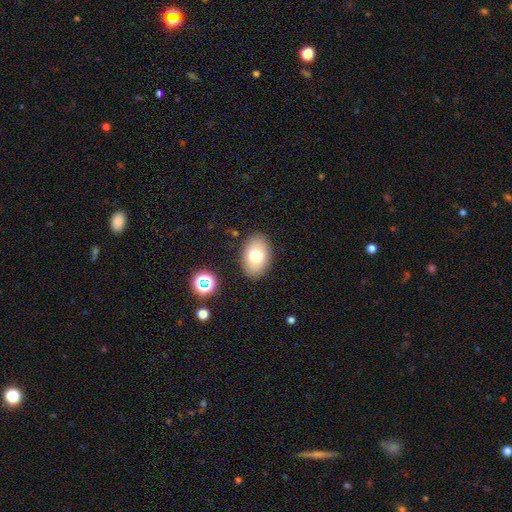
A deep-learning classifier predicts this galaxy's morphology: smooth 74%, featured or disk 17%, star or artifact 9%. Down the decision tree: how rounded — in between (87%); merging — none (86%).